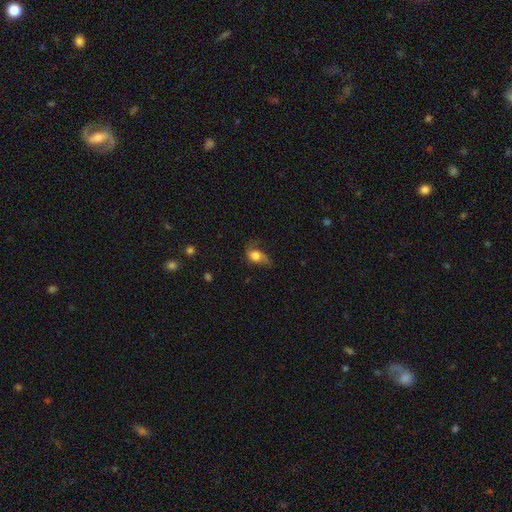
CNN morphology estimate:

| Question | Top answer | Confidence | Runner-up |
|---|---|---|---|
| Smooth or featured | smooth | 65% | featured or disk (26%) |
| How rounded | in between | 75% | round (22%) |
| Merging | none | 39% | minor disturbance (32%) |